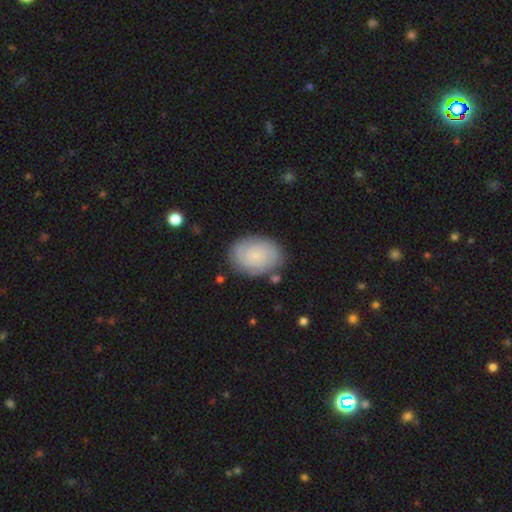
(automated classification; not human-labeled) Overall: featured or disk (47%; smooth 44%). Merging: none (80%).